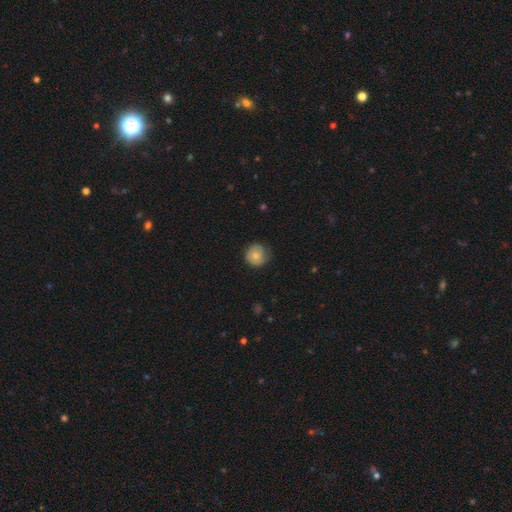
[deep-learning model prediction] This appears to be a smooth galaxy with no disk features (74%) that is round (91%). Merging: none (70%).